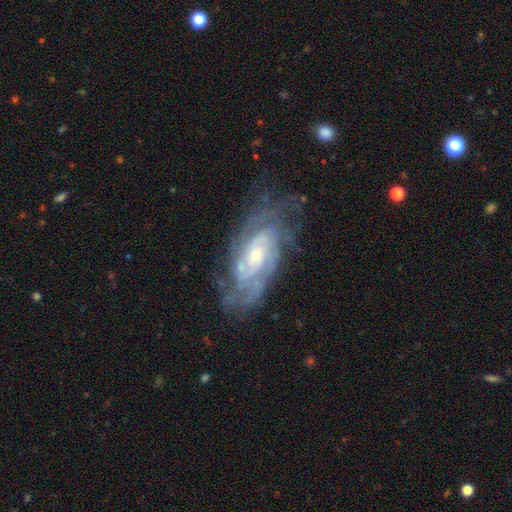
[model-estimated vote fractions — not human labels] A featured or disk galaxy (87%) with no bar (62%), tight (68%) spiral arms (96%) and a small central bulge (62%). Merging: none (70%).